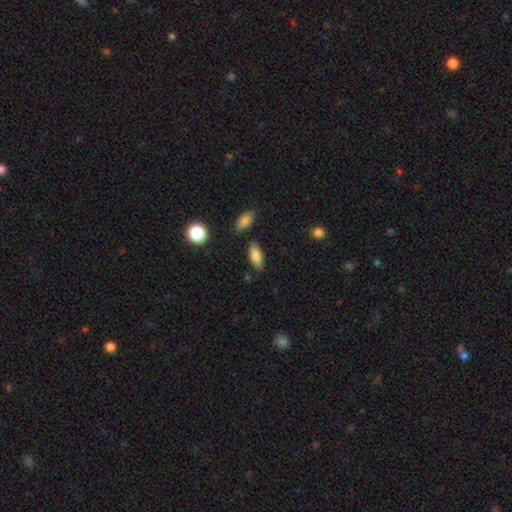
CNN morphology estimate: type=smooth (84%); roundness=in between (84%); merging=none (81%).